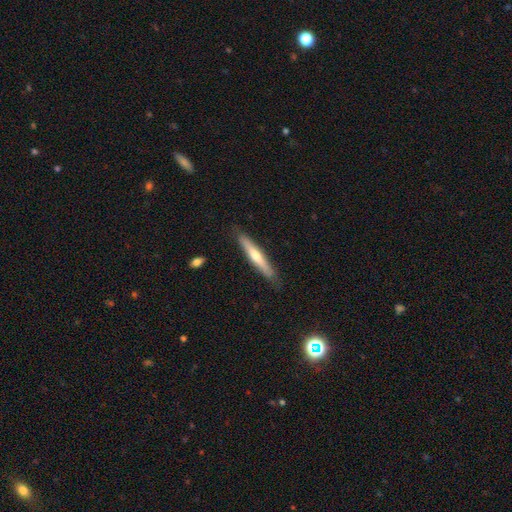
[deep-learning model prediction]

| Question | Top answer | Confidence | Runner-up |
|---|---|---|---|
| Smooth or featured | featured or disk | 48% | smooth (47%) |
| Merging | none | 85% | minor disturbance (11%) |